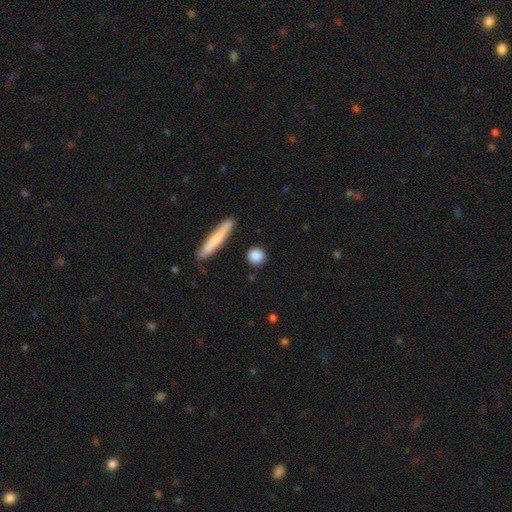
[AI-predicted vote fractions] Smooth or featured: smooth — 86% (featured or disk — 8%)
How rounded: round — 75% (in between — 14%)
Merging: none — 86% (minor disturbance — 8%)